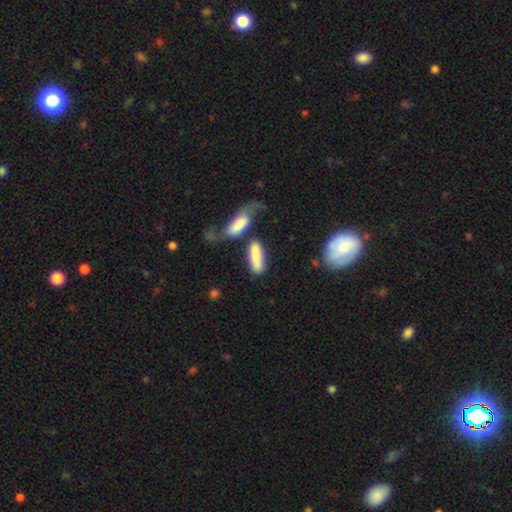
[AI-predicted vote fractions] Smooth or featured? Predicted: smooth (p=0.82). How rounded? Predicted: in between (p=0.52). Merging? Predicted: none (p=0.45).